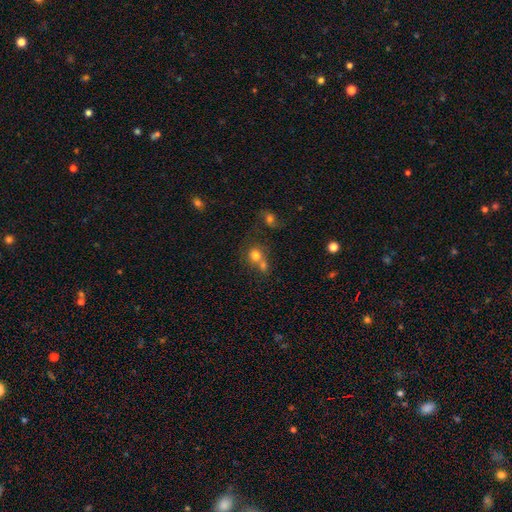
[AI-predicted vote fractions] smooth 74%, featured or disk 14%, star or artifact 12%. Down the decision tree: how rounded — round (77%); merging — merger (52%).